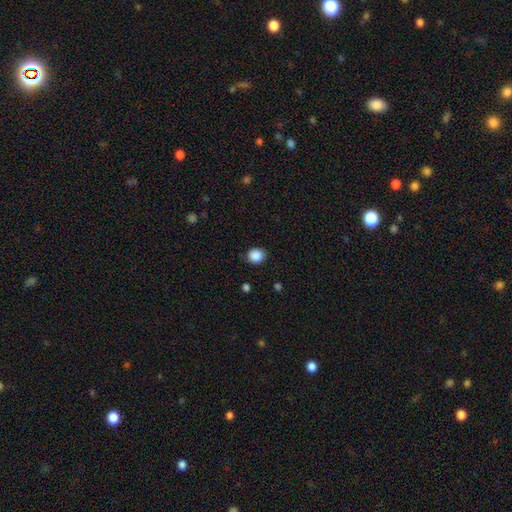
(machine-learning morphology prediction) smooth 88%, star or artifact 9%, featured or disk 3%. Down the decision tree: how rounded — round (80%); merging — none (83%).